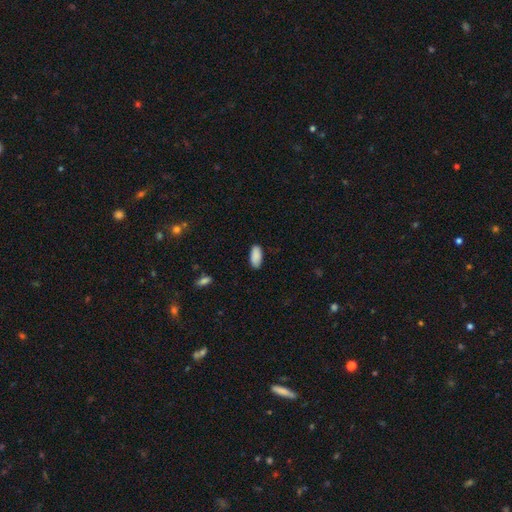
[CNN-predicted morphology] A smooth galaxy with no disk features (90%) that is in between round and cigar-shaped (91%). Merging: none (85%).